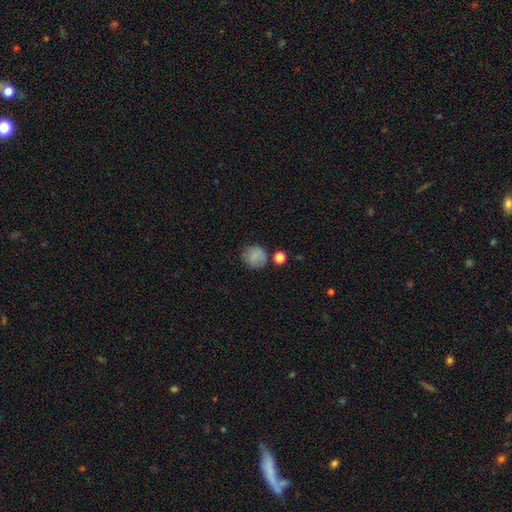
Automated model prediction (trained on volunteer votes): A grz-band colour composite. It shows a smooth galaxy with no disk features (81%) that is round (88%). Merging: none (71%).